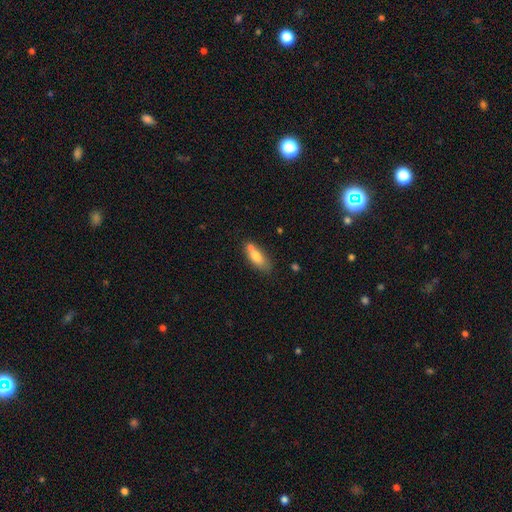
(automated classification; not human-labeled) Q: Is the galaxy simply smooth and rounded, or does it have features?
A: smooth — 73%.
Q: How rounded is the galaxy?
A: in between — 70%.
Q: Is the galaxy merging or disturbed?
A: none — 54%.